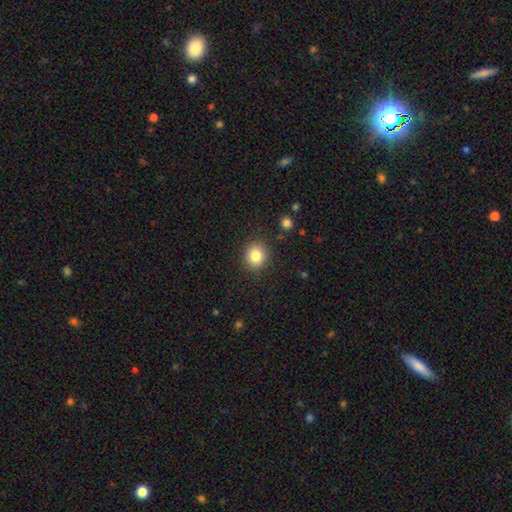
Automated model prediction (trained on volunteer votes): smooth_or_featured: smooth (p=0.83) [alt: star or artifact p=0.11]
how_rounded: round (p=0.84) [alt: in between p=0.15]
merging: none (p=0.89) [alt: minor disturbance p=0.07]